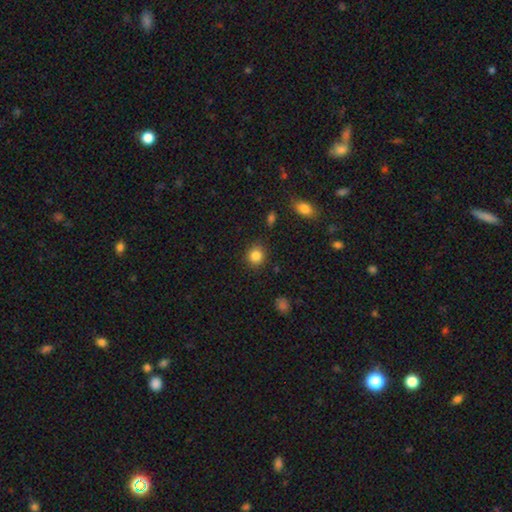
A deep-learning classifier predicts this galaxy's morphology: Smooth or featured? Predicted: smooth (p=0.85). How rounded? Predicted: round (p=0.85). Merging? Predicted: none (p=0.87).